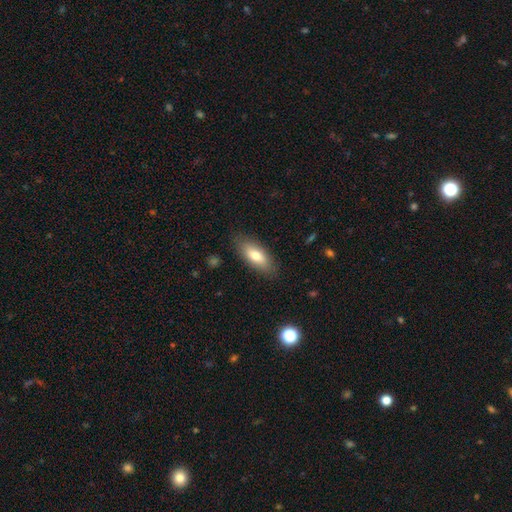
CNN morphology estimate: smooth 75%, featured or disk 18%, star or artifact 6%. Down the decision tree: how rounded — in between (77%); merging — none (86%).